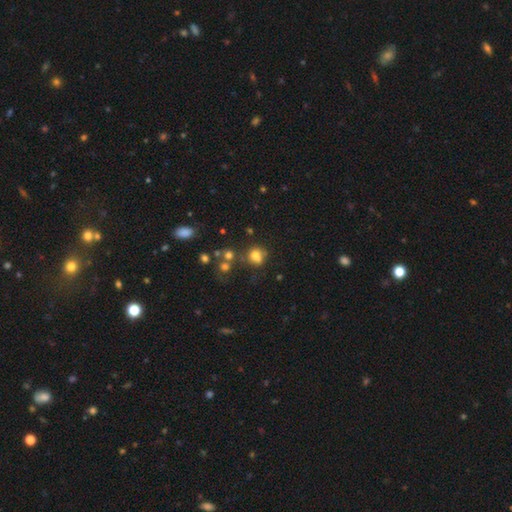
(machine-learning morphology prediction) smooth 71%, star or artifact 16%, featured or disk 12%. Down the decision tree: how rounded — round (65%); merging — none (54%).